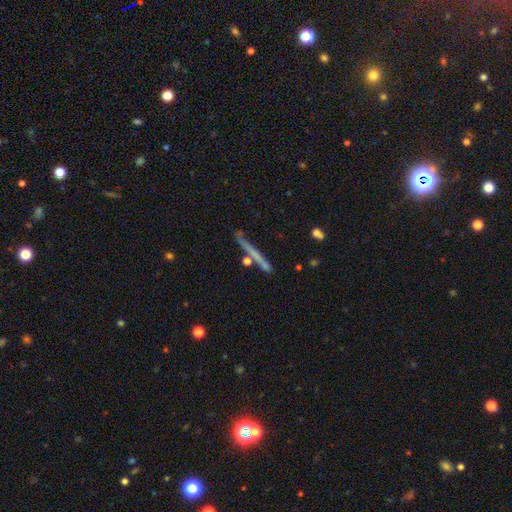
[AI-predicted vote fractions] Overall: featured or disk (50%; smooth 43%). Edge-on disk: yes (95%). Merging: none (77%).